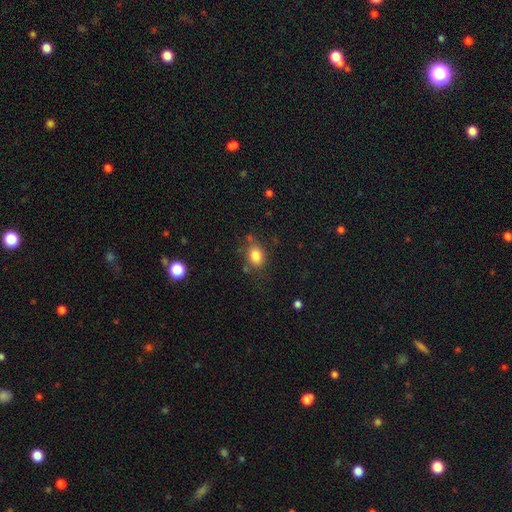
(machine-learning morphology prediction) type=smooth (82%); roundness=in between (65%); merging=none (70%).